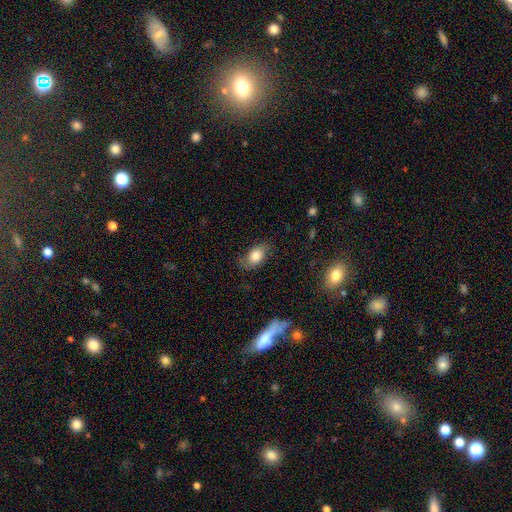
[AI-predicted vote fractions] A smooth galaxy with no disk features (75%) that is in between round and cigar-shaped (86%).

Vote fractions:
- Smooth or featured? smooth: 75% / featured or disk: 17% / star or artifact: 8%
- How rounded? in between: 86% / round: 12% / cigar-shaped: 2%
- Merging? none: 67% / minor disturbance: 23% / major disturbance: 8% / merger: 1%